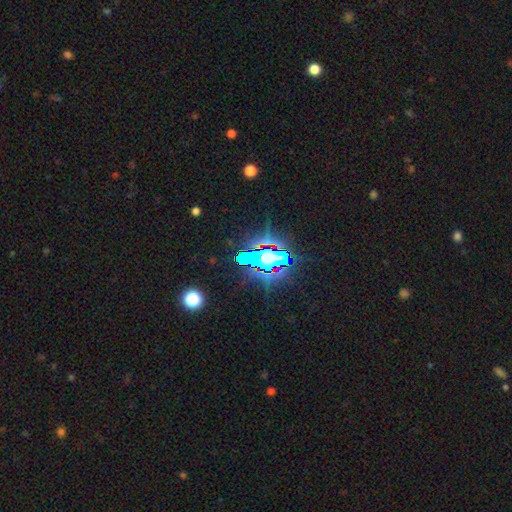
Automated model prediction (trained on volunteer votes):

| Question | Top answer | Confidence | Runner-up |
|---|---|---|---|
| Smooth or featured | star or artifact | 74% | smooth (14%) |